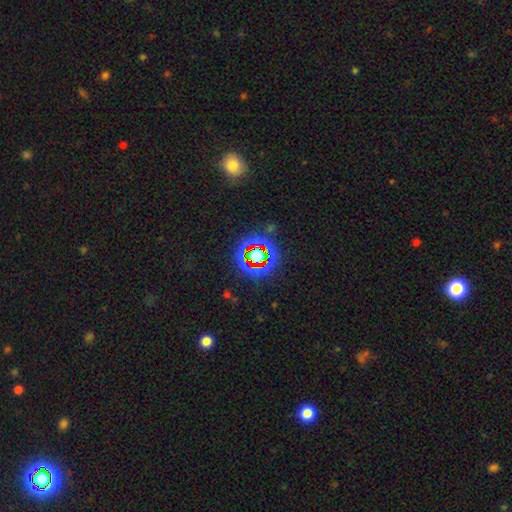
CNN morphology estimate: smooth-or-featured: star or artifact: 71% | smooth: 18% | featured or disk: 11%